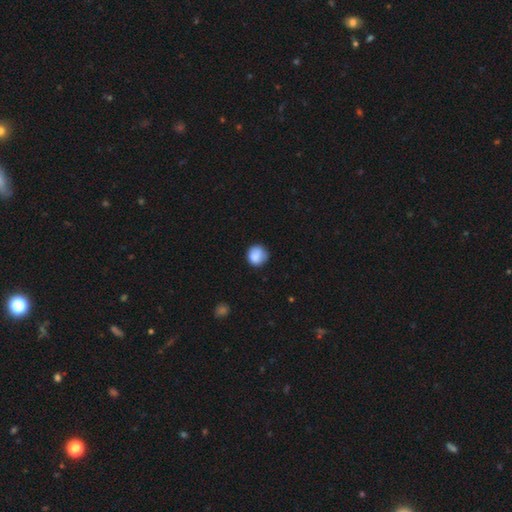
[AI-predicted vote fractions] Q: Smooth or featured?
A: smooth (84%); runner-up: star or artifact (8%)
Q: How rounded?
A: round (89%); runner-up: in between (11%)
Q: Merging?
A: none (72%); runner-up: minor disturbance (21%)